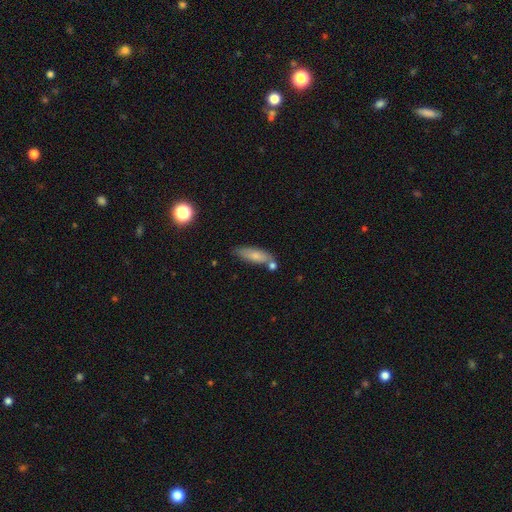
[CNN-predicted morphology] smooth-or-featured: smooth: 74% | featured or disk: 19% | star or artifact: 7%
  how-rounded: in between: 50% | cigar-shaped: 47% | round: 2%
  merging: none: 63% | minor disturbance: 18% | merger: 14% | major disturbance: 4%